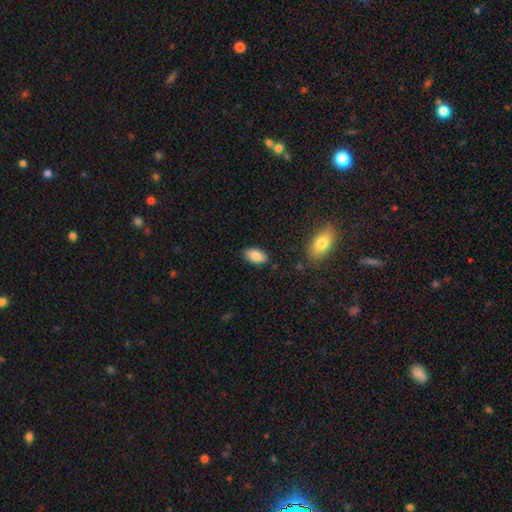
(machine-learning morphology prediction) smooth-or-featured: smooth: 86% | star or artifact: 7% | featured or disk: 7%
  how-rounded: in between: 94% | round: 4% | cigar-shaped: 2%
  merging: none: 84% | minor disturbance: 12% | major disturbance: 3% | merger: 2%